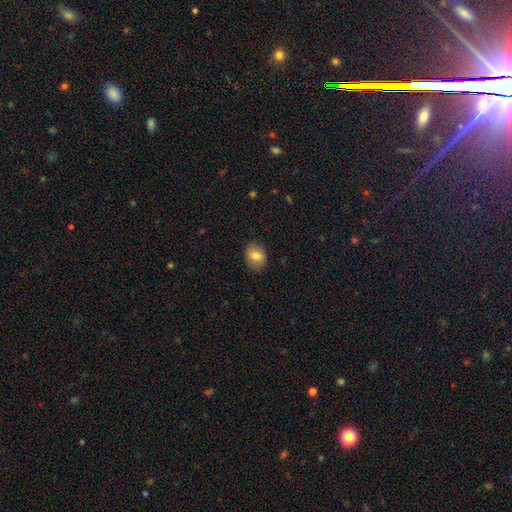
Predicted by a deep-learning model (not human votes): smooth_or_featured: smooth (p=0.81) [alt: featured or disk p=0.11]
how_rounded: in between (p=0.56) [alt: round p=0.43]
merging: none (p=0.85) [alt: minor disturbance p=0.12]